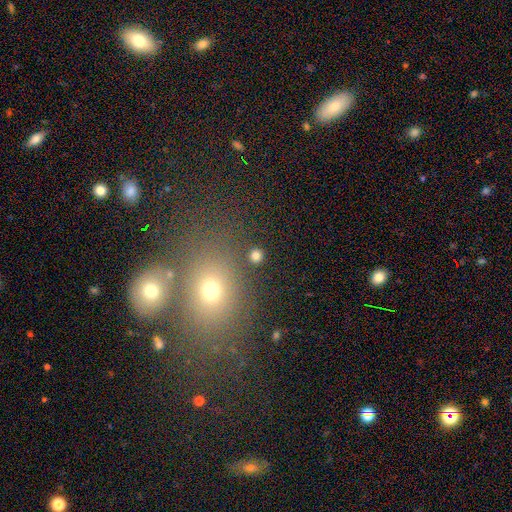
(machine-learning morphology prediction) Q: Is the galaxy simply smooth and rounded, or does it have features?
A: smooth — 79%.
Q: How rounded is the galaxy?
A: round — 90%.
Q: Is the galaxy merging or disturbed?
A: none — 87%.